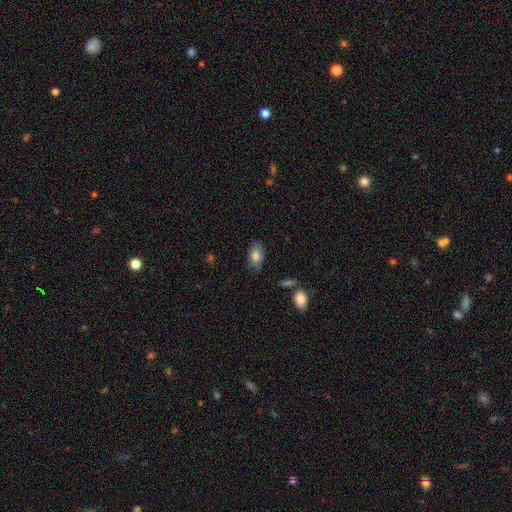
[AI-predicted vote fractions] Smooth or featured: smooth — 81% (featured or disk — 12%)
How rounded: in between — 91% (round — 7%)
Merging: none — 78% (minor disturbance — 17%)